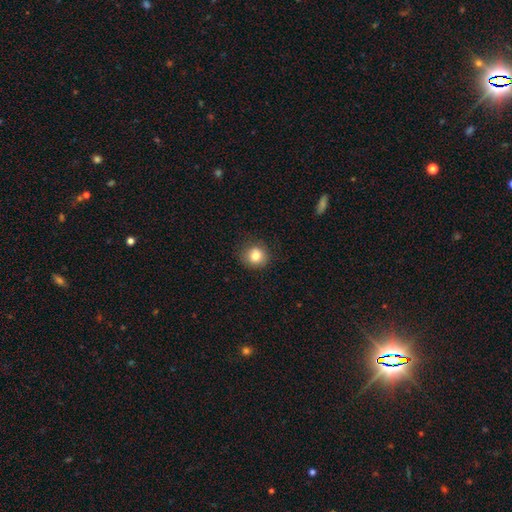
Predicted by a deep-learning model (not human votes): A smooth galaxy with no disk features (81%) that is round (88%).

Vote fractions:
- Smooth or featured? smooth: 81% / star or artifact: 11% / featured or disk: 8%
- How rounded? round: 88% / in between: 12% / cigar-shaped: 1%
- Merging? none: 84% / minor disturbance: 12% / major disturbance: 3% / merger: 1%